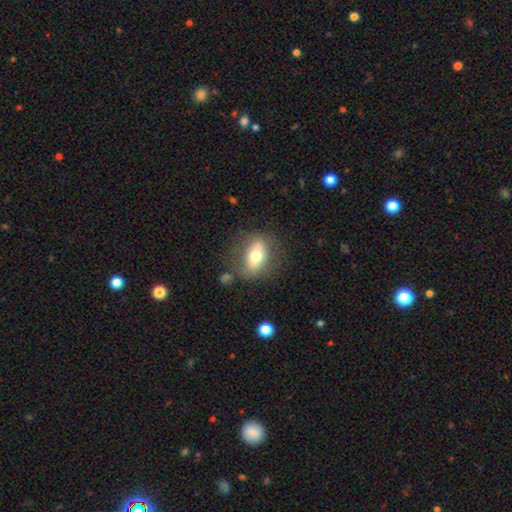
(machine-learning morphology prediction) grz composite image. It shows a smooth galaxy with no disk features (58%) that is in between round and cigar-shaped (72%). Merging: none (75%).